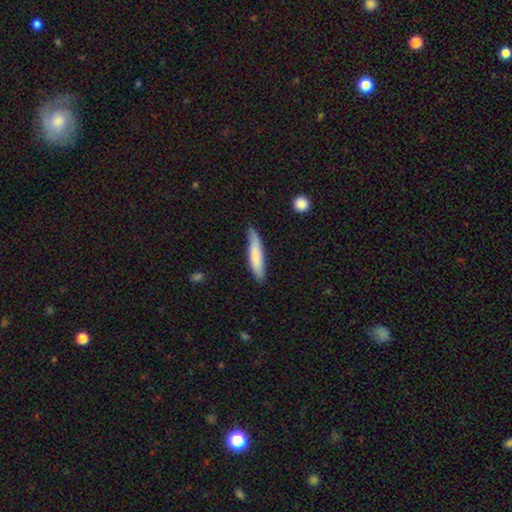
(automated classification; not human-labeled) This is likely a smooth galaxy (76%). How rounded: clearly cigar-shaped (87%). Merging: likely none (72%).